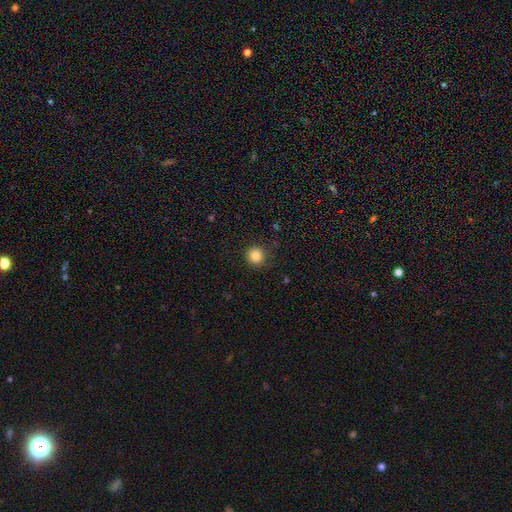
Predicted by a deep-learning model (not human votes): Q: Smooth or featured?
A: smooth (83%); runner-up: star or artifact (11%)
Q: How rounded?
A: round (93%); runner-up: in between (6%)
Q: Merging?
A: none (88%); runner-up: minor disturbance (8%)